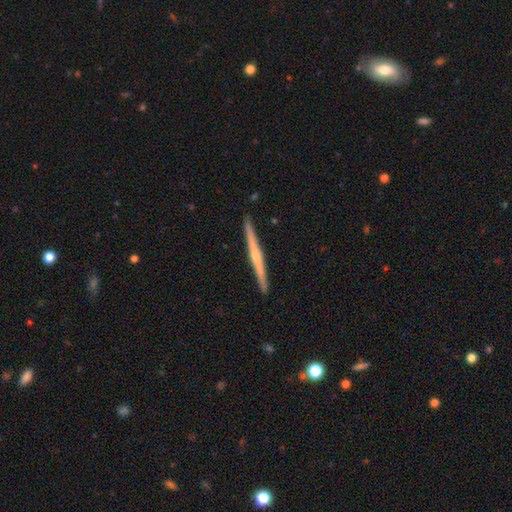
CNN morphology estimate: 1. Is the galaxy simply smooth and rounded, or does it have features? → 67% featured or disk, 28% smooth, 5% star or artifact.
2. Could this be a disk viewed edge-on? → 98% yes, 2% no.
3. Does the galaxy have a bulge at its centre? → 53% rounded, 39% none, 8% boxy.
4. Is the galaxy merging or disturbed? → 92% none, 6% minor disturbance, 1% major disturbance, 1% merger.